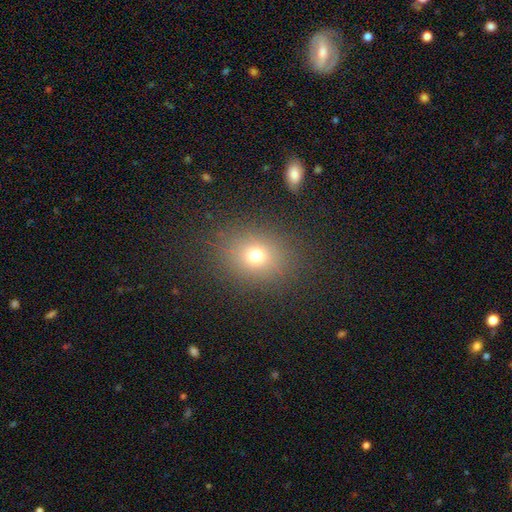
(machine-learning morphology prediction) smooth 69%, star or artifact 20%, featured or disk 11%. Down the decision tree: how rounded — round (65%); merging — none (85%).